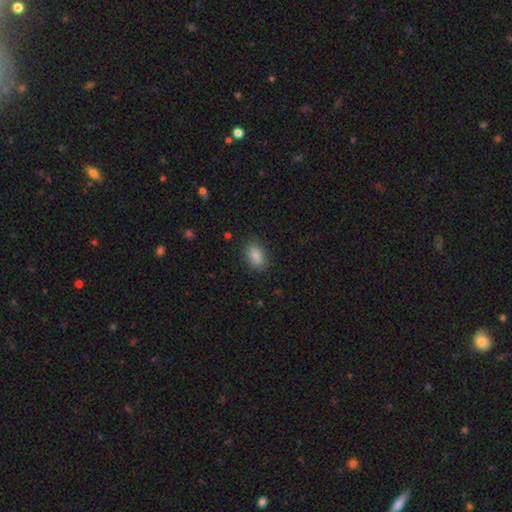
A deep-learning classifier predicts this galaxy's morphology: This appears to be a smooth galaxy with no disk features (87%) that is in between round and cigar-shaped (89%). Merging: none (86%).